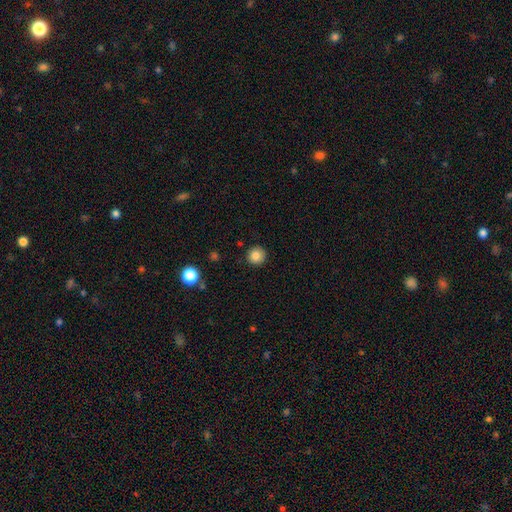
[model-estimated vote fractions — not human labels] A smooth galaxy with no disk features (84%) that is round (94%).

Vote fractions:
- Smooth or featured? smooth: 84% / star or artifact: 10% / featured or disk: 5%
- How rounded? round: 94% / in between: 5% / cigar-shaped: 1%
- Merging? none: 91% / minor disturbance: 6% / major disturbance: 2% / merger: 1%